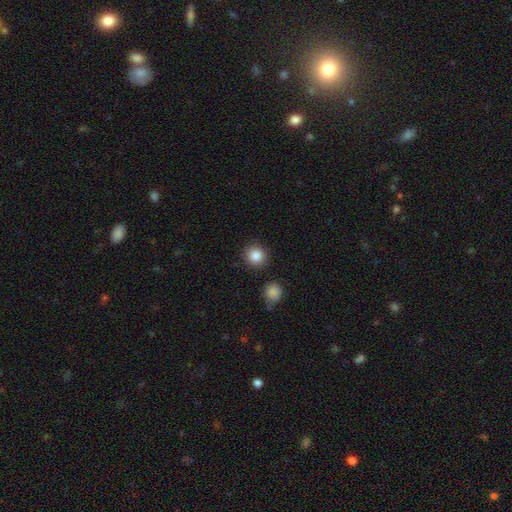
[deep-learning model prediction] This is clearly a smooth galaxy (86%). How rounded: clearly round (90%). Merging: clearly none (87%).